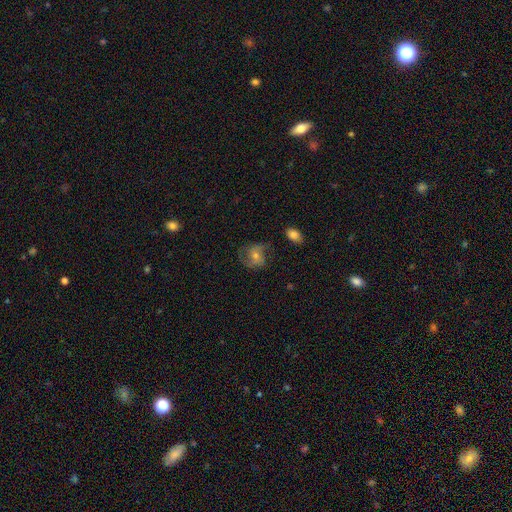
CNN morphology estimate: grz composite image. It shows a featured or disk galaxy (56%) with no bar (63%), spiral arms (83%) and a moderate central bulge (49%). Merging: none (62%).